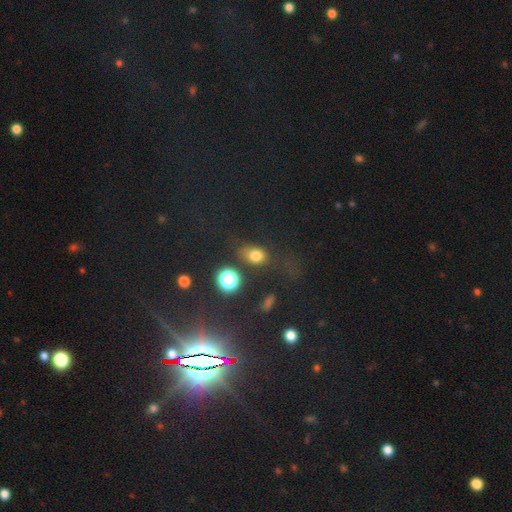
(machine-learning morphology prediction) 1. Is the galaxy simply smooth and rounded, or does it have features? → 72% smooth, 19% star or artifact, 9% featured or disk.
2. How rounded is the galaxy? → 58% in between, 39% round, 3% cigar-shaped.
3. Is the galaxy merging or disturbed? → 60% none, 20% minor disturbance, 13% major disturbance, 7% merger.